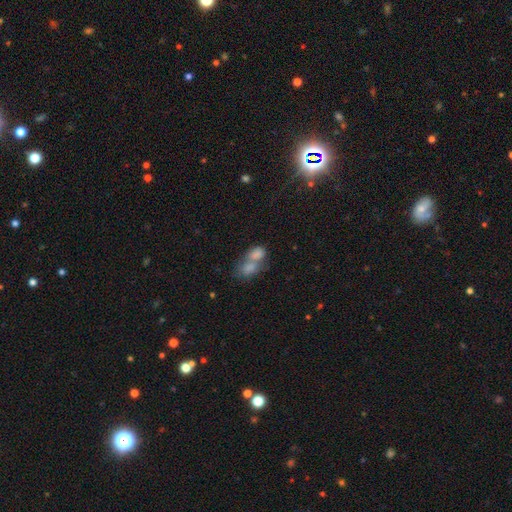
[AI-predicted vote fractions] Smooth or featured: smooth — 77% (featured or disk — 14%)
How rounded: in between — 81% (round — 17%)
Merging: merger — 73% (none — 16%)